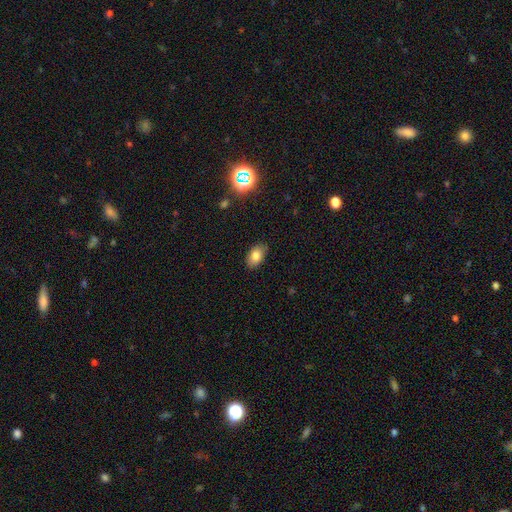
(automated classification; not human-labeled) Overall: smooth (81%). How rounded: in between (89%). Merging: none (85%).